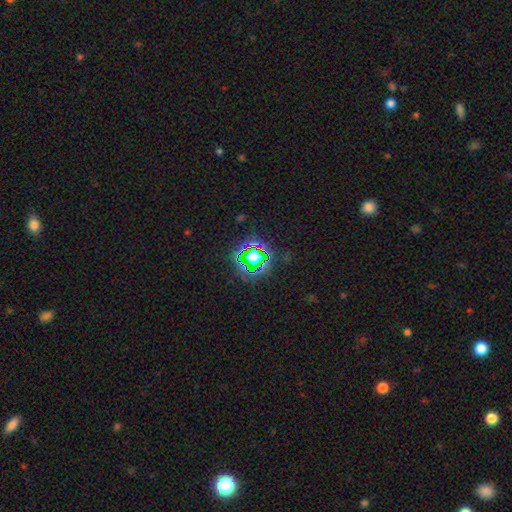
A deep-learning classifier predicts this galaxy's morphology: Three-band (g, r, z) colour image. It shows a star or artifact, not a galaxy (68%).